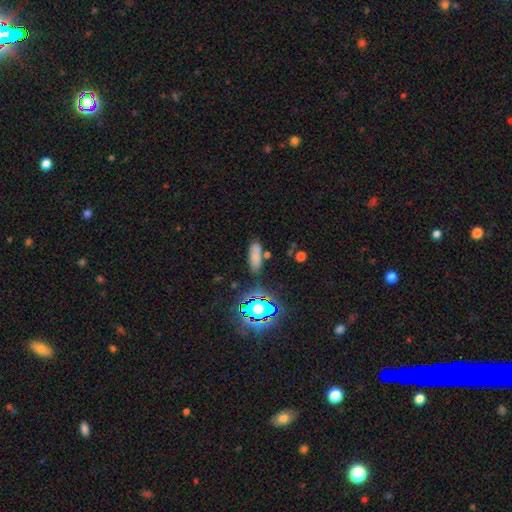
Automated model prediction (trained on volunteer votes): A smooth galaxy with no disk features (73%) that is in between round and cigar-shaped (64%).

Vote fractions:
- Smooth or featured? smooth: 73% / star or artifact: 17% / featured or disk: 10%
- How rounded? in between: 64% / cigar-shaped: 32% / round: 4%
- Merging? none: 72% / minor disturbance: 14% / merger: 9% / major disturbance: 5%